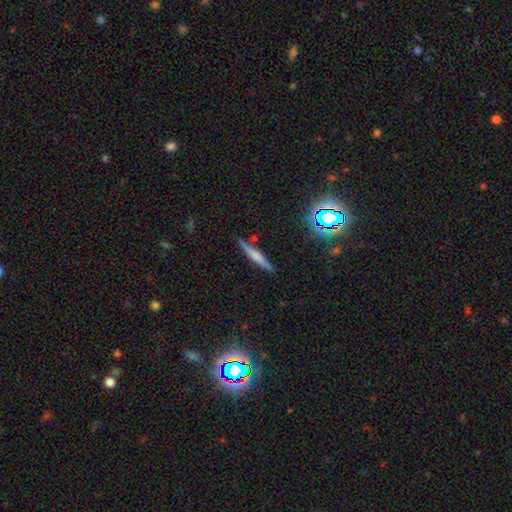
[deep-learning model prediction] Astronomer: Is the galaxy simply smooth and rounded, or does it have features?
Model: smooth — 46% (runner-up: featured or disk, 43%).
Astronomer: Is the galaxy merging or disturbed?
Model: none — 86%.